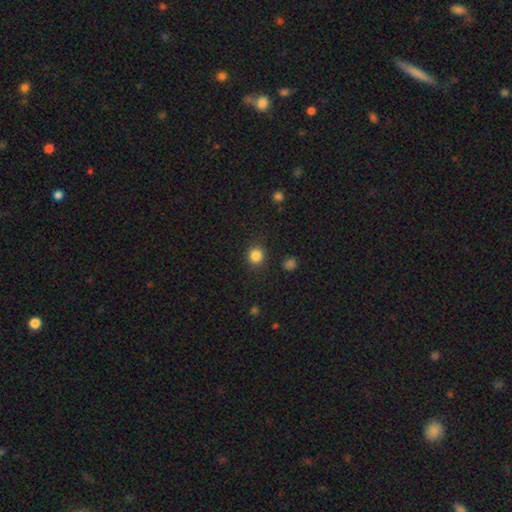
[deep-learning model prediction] smooth-or-featured: smooth: 85% | star or artifact: 11% | featured or disk: 3%
  how-rounded: round: 92% | in between: 8% | cigar-shaped: 1%
  merging: none: 88% | minor disturbance: 7% | major disturbance: 3% | merger: 2%